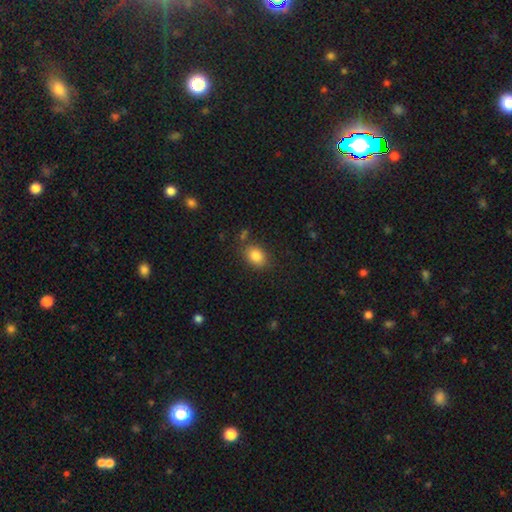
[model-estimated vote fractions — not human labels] This is clearly a smooth galaxy (85%). How rounded: likely in between (70%). Merging: likely none (79%).